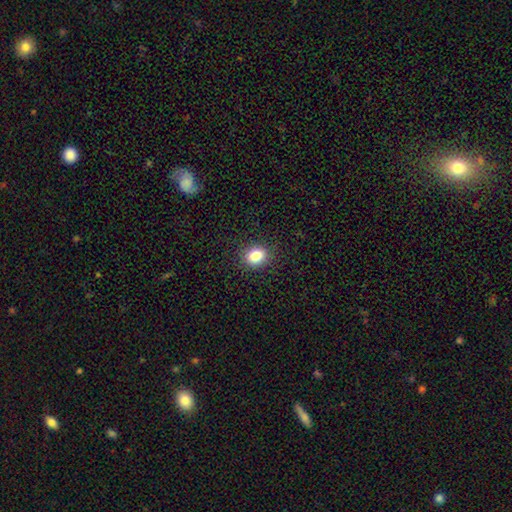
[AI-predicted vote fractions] Smooth or featured? smooth (83%)
How rounded? round (54%)
Merging? none (89%)